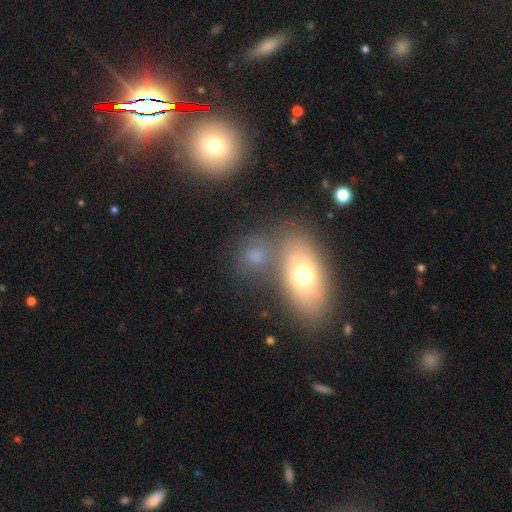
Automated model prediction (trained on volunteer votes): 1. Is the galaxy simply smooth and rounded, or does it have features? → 65% smooth, 21% featured or disk, 14% star or artifact.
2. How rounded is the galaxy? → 65% in between, 30% round, 4% cigar-shaped.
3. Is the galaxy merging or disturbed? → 53% none, 29% merger, 12% minor disturbance, 6% major disturbance.